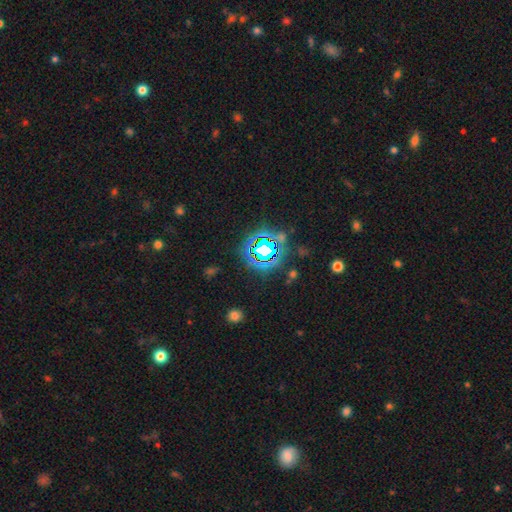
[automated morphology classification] Smooth or featured: star or artifact — 74% (smooth — 16%)